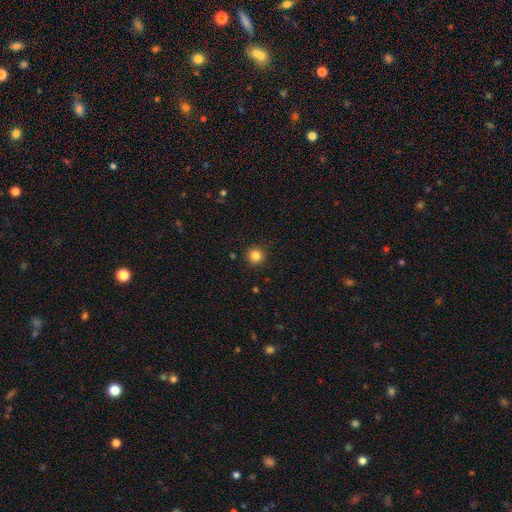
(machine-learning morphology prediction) smooth 83%, star or artifact 12%, featured or disk 5%. Down the decision tree: how rounded — round (95%); merging — none (92%).